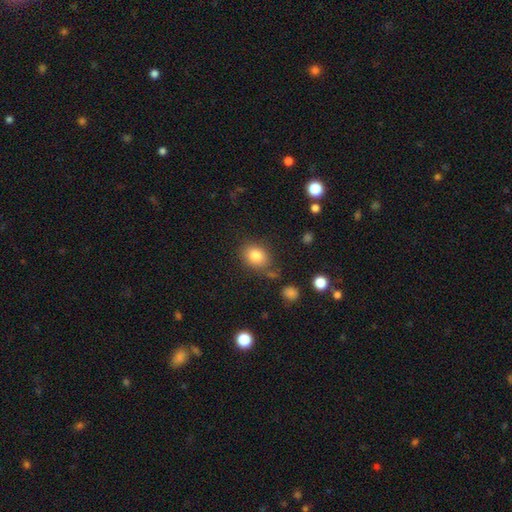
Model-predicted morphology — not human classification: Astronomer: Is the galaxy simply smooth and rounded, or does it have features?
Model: smooth — 82%.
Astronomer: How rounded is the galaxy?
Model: in between — 51% (runner-up: round, 48%).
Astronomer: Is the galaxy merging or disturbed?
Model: none — 73%.